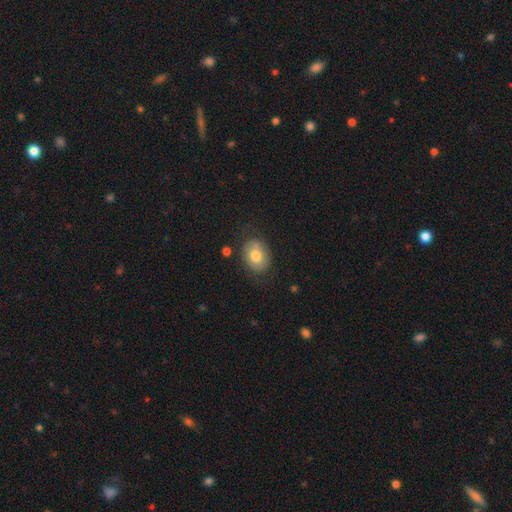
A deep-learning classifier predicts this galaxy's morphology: Smooth or featured?
  - smooth: 73% *
  - featured or disk: 19%
  - star or artifact: 8%
How rounded?
  - in between: 58% *
  - round: 41%
  - cigar-shaped: 1%
Merging?
  - none: 74% *
  - minor disturbance: 18%
  - major disturbance: 6%
  - merger: 2%